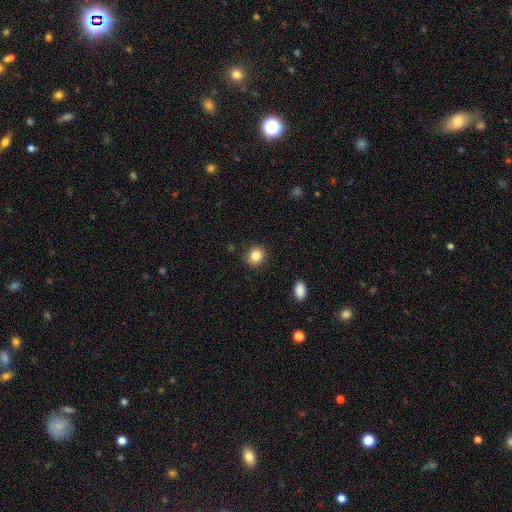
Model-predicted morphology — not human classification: Smooth or featured: smooth — 85% (star or artifact — 10%)
How rounded: round — 77% (in between — 22%)
Merging: none — 88% (minor disturbance — 8%)